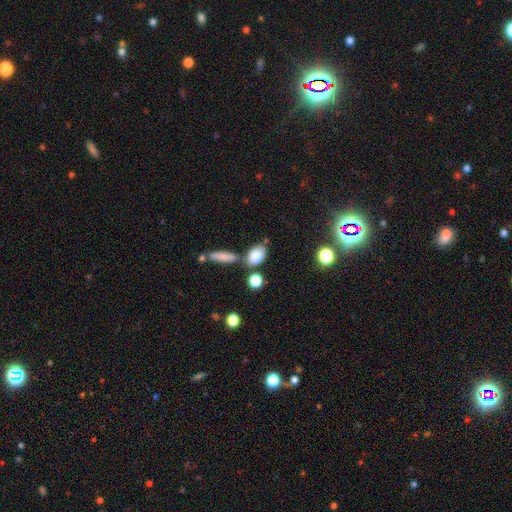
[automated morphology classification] Smooth or featured? Predicted: smooth (p=0.82). How rounded? Predicted: in between (p=0.83). Merging? Predicted: none (p=0.60).